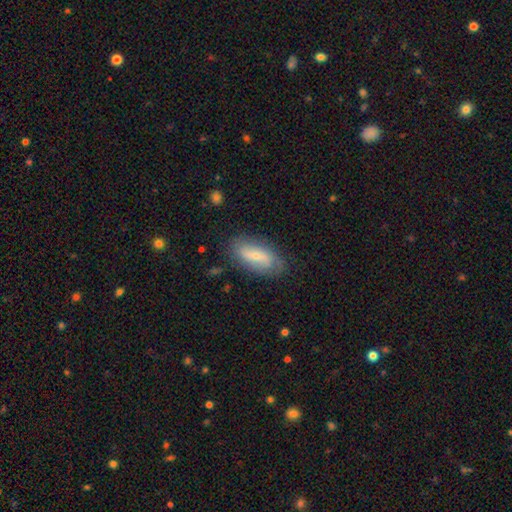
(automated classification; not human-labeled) A featured or disk galaxy (52%). Merging: none (81%).